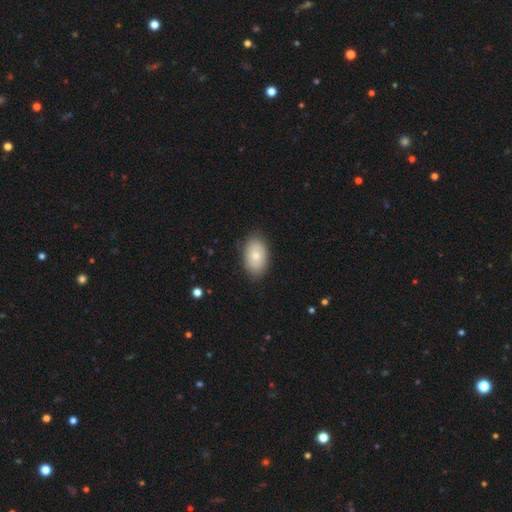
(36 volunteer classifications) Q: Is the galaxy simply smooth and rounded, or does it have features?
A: smooth — 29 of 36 (81%).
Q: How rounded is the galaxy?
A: in between — 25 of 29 (86%).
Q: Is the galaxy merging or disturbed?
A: none — 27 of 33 (82%).